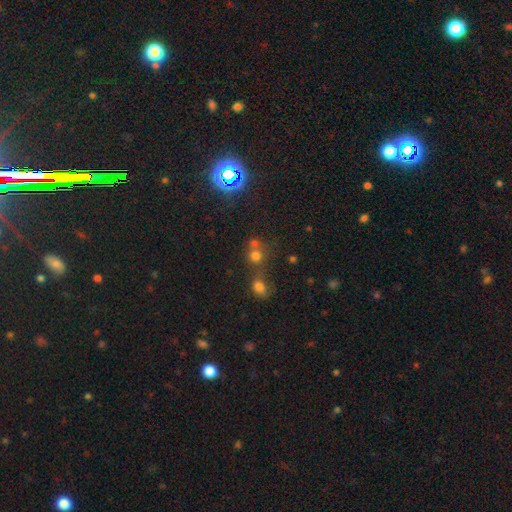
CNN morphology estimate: A smooth galaxy with no disk features (68%) that is round (83%). Merging: none (48%).